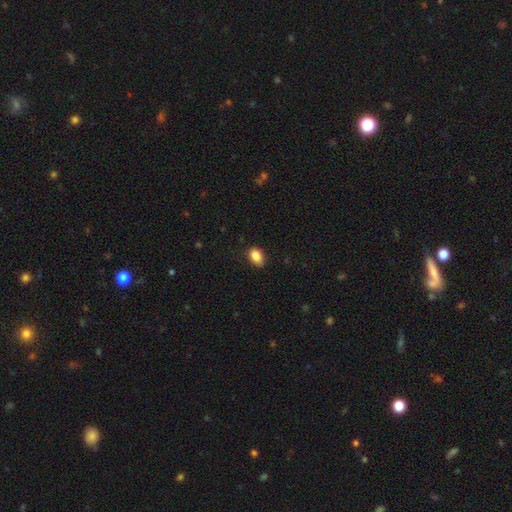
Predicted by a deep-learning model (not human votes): A smooth galaxy with no disk features (87%) that is in between round and cigar-shaped (85%).

Vote fractions:
- Smooth or featured? smooth: 87% / star or artifact: 8% / featured or disk: 4%
- How rounded? in between: 85% / round: 13% / cigar-shaped: 2%
- Merging? none: 77% / minor disturbance: 19% / major disturbance: 3% / merger: 1%